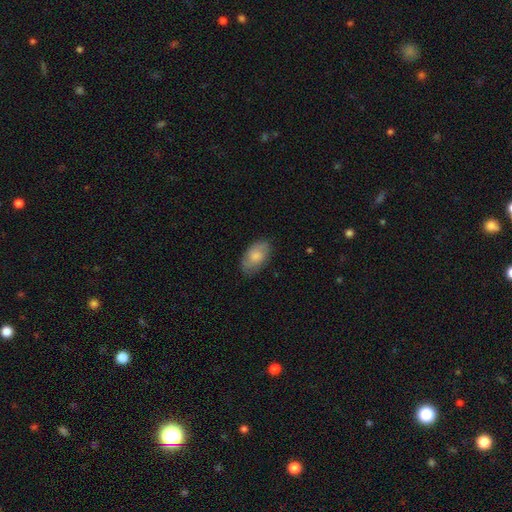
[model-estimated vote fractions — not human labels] Smooth or featured? smooth (70%)
How rounded? in between (93%)
Merging? none (79%)